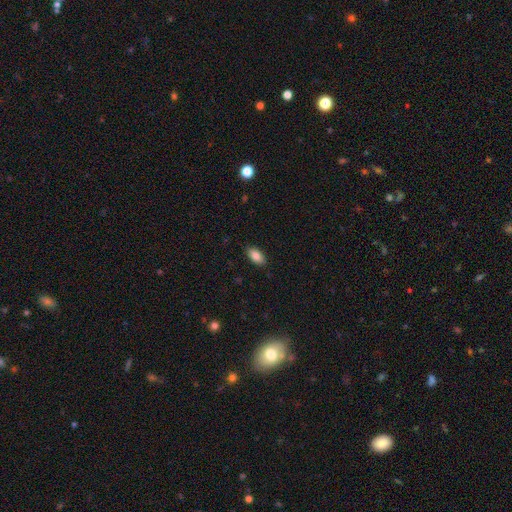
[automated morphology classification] Smooth or featured: smooth — 87% (star or artifact — 7%)
How rounded: in between — 93% (round — 4%)
Merging: none — 88% (minor disturbance — 9%)